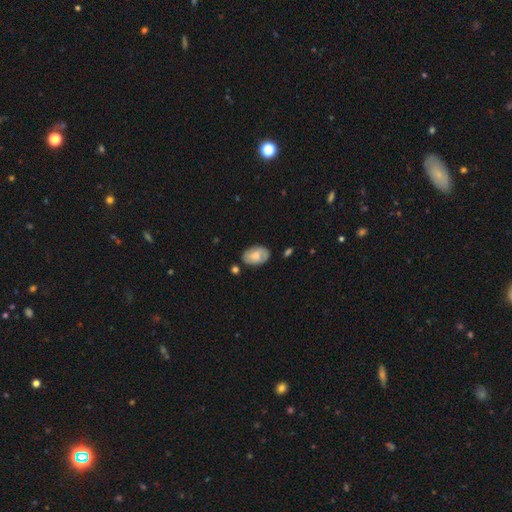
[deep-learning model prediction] smooth_or_featured: smooth (p=0.62) [alt: featured or disk p=0.31]
how_rounded: in between (p=0.90) [alt: round p=0.09]
merging: none (p=0.73) [alt: minor disturbance p=0.19]